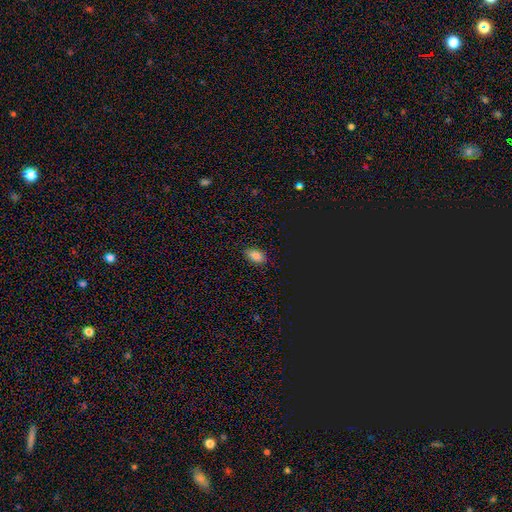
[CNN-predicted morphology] A smooth galaxy with no disk features (82%) that is in between round and cigar-shaped (88%).

Vote fractions:
- Smooth or featured? smooth: 82% / star or artifact: 14% / featured or disk: 4%
- How rounded? in between: 88% / round: 10% / cigar-shaped: 3%
- Merging? none: 86% / minor disturbance: 11% / major disturbance: 2% / merger: 1%